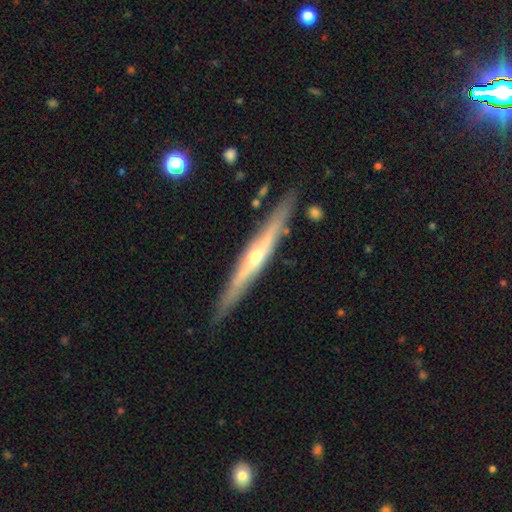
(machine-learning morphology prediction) The model was most divided on "smooth or featured": featured or disk: 75%, smooth: 19%, star or artifact: 6%. More confident: edge-on disk — yes (95%); merging — none (87%); edge-on bulge — rounded (79%).